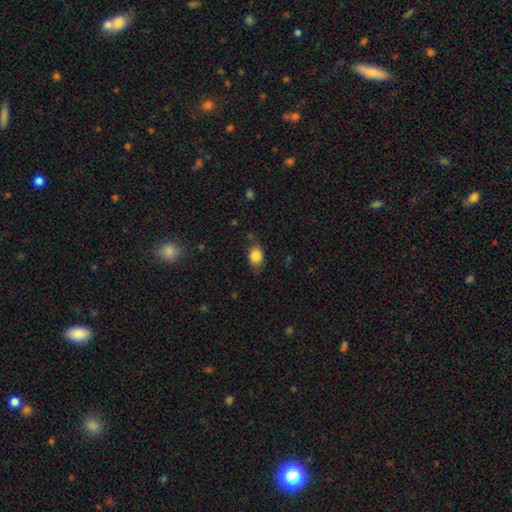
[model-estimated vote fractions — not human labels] smooth-or-featured: smooth: 84% | featured or disk: 8% | star or artifact: 8%
  how-rounded: in between: 71% | round: 27% | cigar-shaped: 2%
  merging: none: 68% | minor disturbance: 24% | major disturbance: 6% | merger: 2%